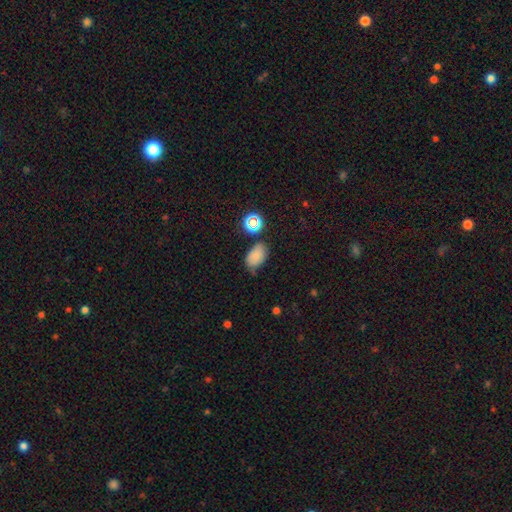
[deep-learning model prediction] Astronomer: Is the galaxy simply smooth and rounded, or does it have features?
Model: smooth — 78%.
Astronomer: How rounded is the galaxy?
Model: in between — 88%.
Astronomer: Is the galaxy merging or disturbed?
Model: none — 65%.